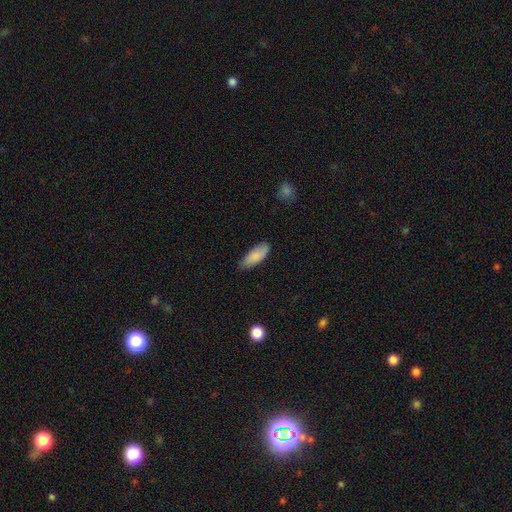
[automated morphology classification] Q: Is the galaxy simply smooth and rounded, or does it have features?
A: smooth — 85%.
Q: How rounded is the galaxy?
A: in between — 81%.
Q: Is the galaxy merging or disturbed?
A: none — 72%.